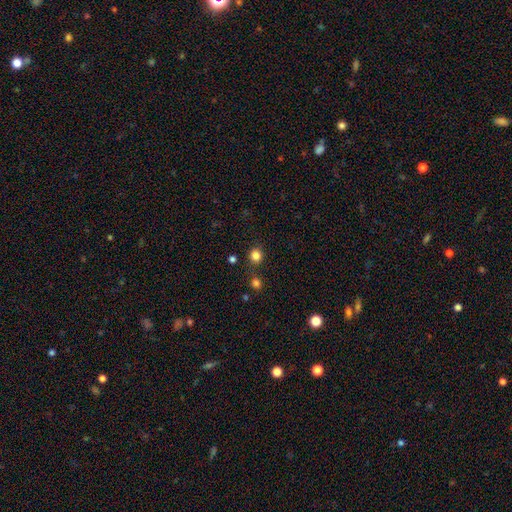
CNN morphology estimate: A smooth galaxy with no disk features (82%) that is round (88%). Merging: none (82%).